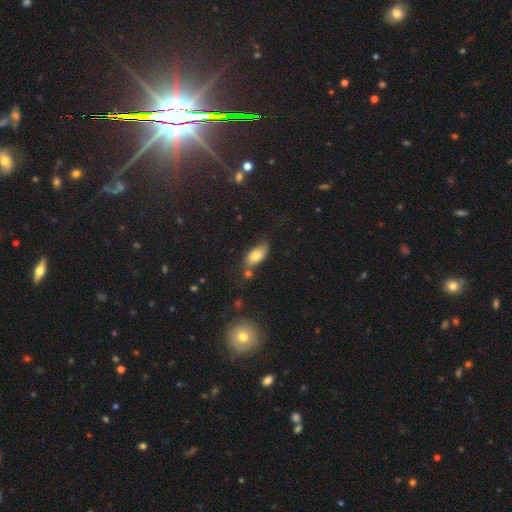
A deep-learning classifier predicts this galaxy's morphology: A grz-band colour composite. It shows a smooth galaxy with no disk features (77%) that is in between round and cigar-shaped (87%). Merging: none (64%).